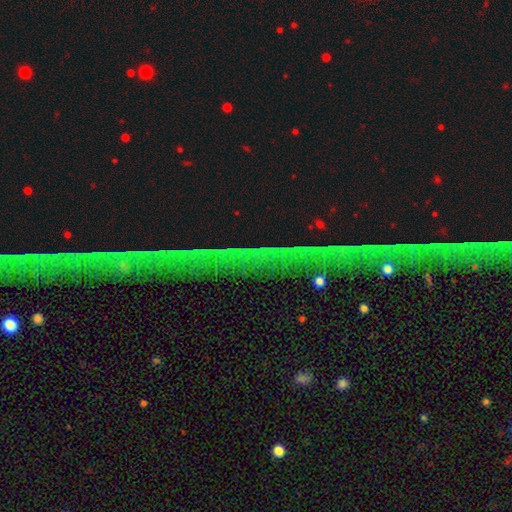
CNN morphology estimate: This appears to be a star or artifact, not a galaxy (87%).